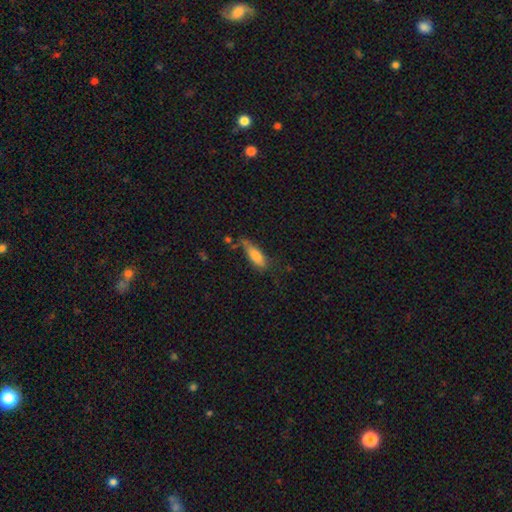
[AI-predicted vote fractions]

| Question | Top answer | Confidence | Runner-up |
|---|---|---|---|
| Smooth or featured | smooth | 79% | featured or disk (14%) |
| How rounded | in between | 60% | cigar-shaped (38%) |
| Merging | none | 47% | minor disturbance (32%) |